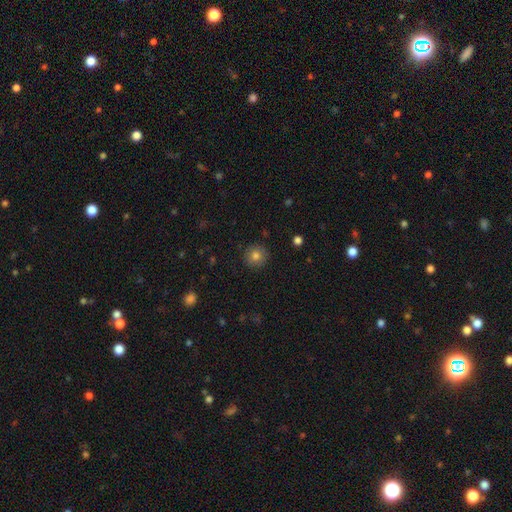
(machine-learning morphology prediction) This appears to be a smooth galaxy with no disk features (81%) that is round (93%). Merging: none (90%).